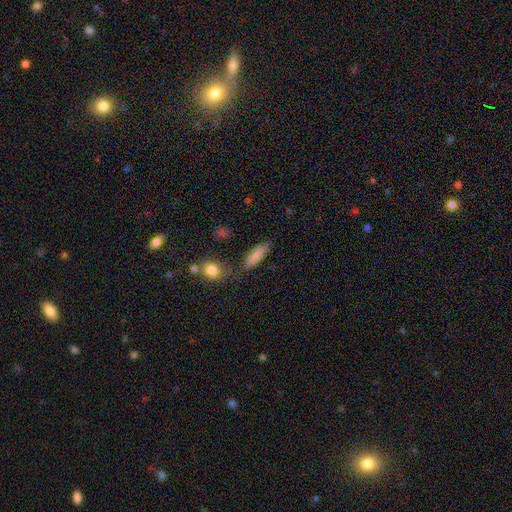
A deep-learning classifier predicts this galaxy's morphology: Smooth or featured? Predicted: smooth (p=0.82). How rounded? Predicted: in between (p=0.59). Merging? Predicted: none (p=0.70).